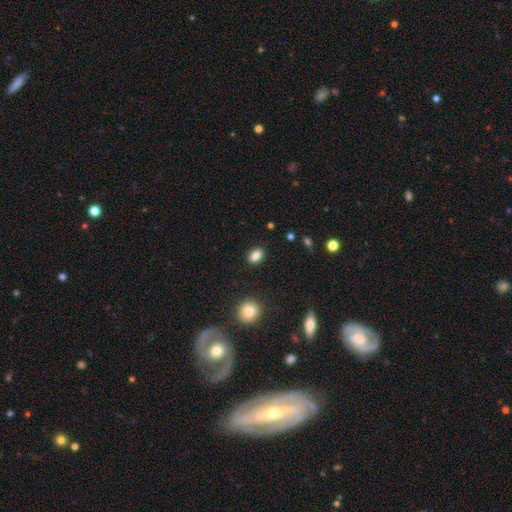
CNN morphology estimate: This is clearly a smooth galaxy (85%). How rounded: clearly in between (82%). Merging: clearly none (86%).